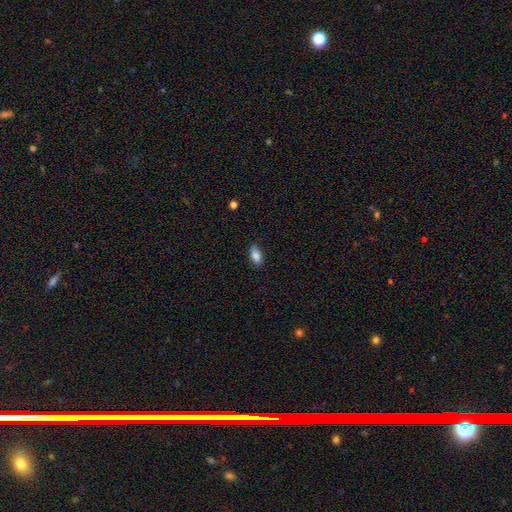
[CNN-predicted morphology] smooth 86%, star or artifact 7%, featured or disk 7%. Down the decision tree: how rounded — in between (89%); merging — none (84%).